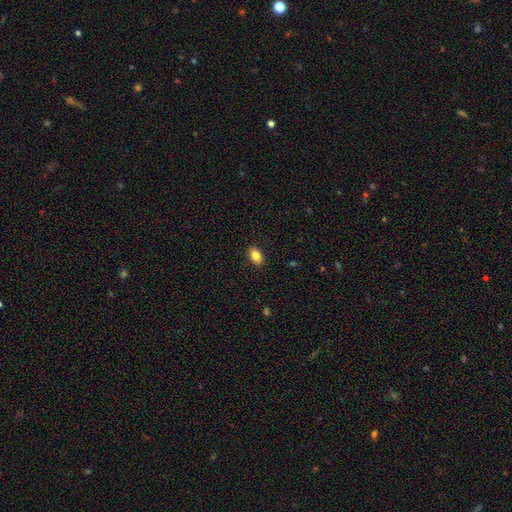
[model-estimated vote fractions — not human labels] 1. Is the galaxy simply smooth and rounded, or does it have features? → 86% smooth, 8% star or artifact, 6% featured or disk.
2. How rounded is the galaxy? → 88% in between, 11% round, 2% cigar-shaped.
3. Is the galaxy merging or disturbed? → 90% none, 7% minor disturbance, 2% major disturbance, 1% merger.